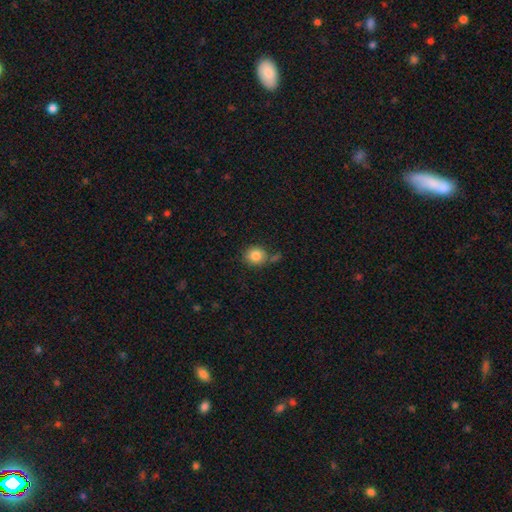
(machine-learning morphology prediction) Q: Smooth or featured?
A: smooth (84%); runner-up: star or artifact (9%)
Q: How rounded?
A: round (83%); runner-up: in between (16%)
Q: Merging?
A: none (67%); runner-up: minor disturbance (15%)